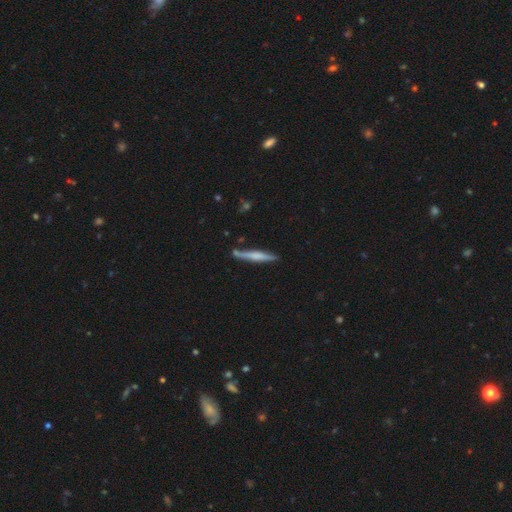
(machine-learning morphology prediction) smooth-or-featured: featured or disk: 49% | smooth: 45% | star or artifact: 6%
  merging: none: 82% | minor disturbance: 11% | merger: 4% | major disturbance: 2%